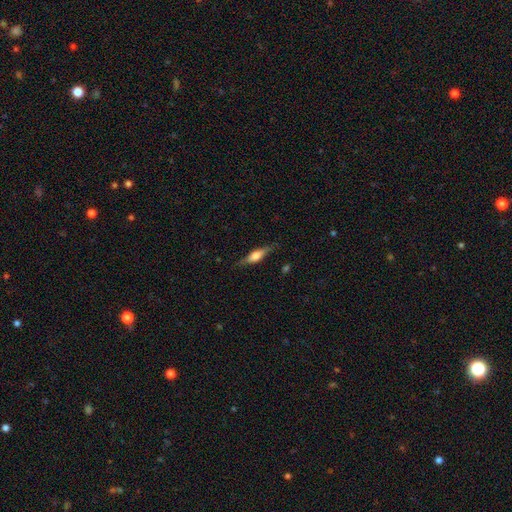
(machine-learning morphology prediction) A featured or disk galaxy (51%) viewed edge-on (94%). Merging: none (80%).